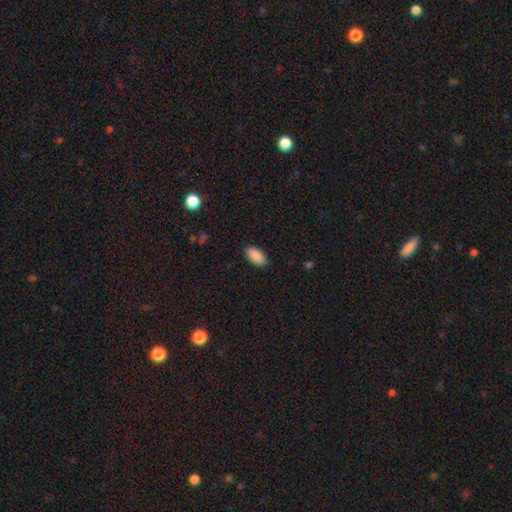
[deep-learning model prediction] Q: Smooth or featured?
A: smooth (90%); runner-up: star or artifact (7%)
Q: How rounded?
A: in between (95%); runner-up: cigar-shaped (3%)
Q: Merging?
A: none (87%); runner-up: minor disturbance (9%)